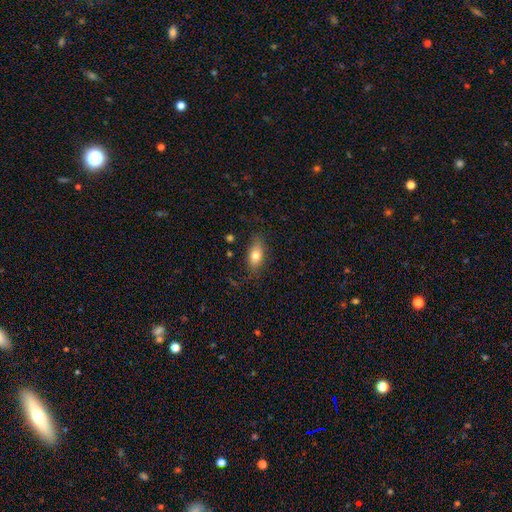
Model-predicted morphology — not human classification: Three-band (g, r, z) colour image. It shows a smooth galaxy with no disk features (78%) that is in between round and cigar-shaped (85%). Merging: none (79%).